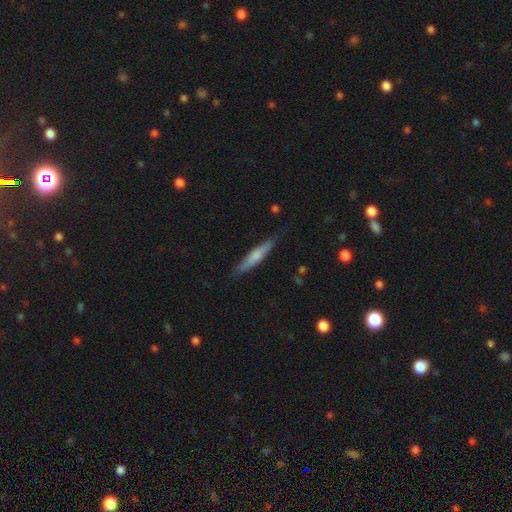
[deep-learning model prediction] Smooth or featured? smooth (60%)
How rounded? cigar-shaped (89%)
Merging? none (84%)